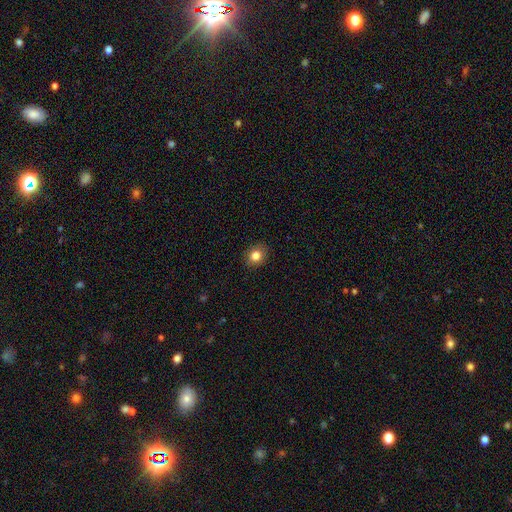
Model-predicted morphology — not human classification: The model was most divided on "how rounded": round: 60%, in between: 39%, cigar-shaped: 1%. More confident: merging — none (89%); smooth or featured — smooth (82%).